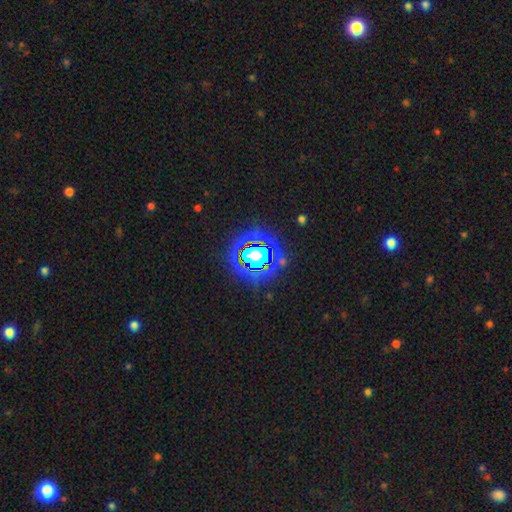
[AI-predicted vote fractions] Morphology: type=star or artifact (67%).